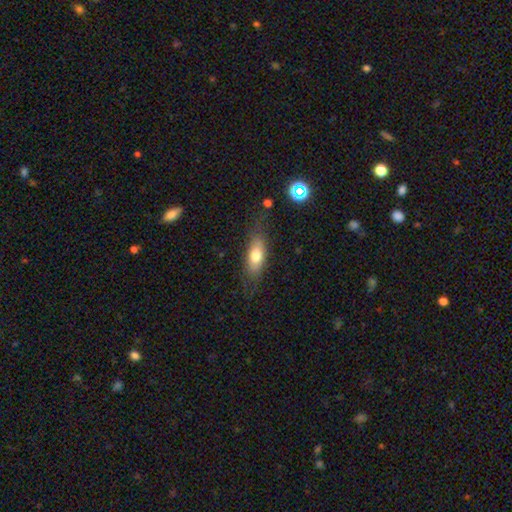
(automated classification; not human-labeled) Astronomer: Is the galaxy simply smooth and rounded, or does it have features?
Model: smooth — 69%.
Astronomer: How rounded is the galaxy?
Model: in between — 74%.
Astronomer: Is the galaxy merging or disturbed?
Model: none — 72%.